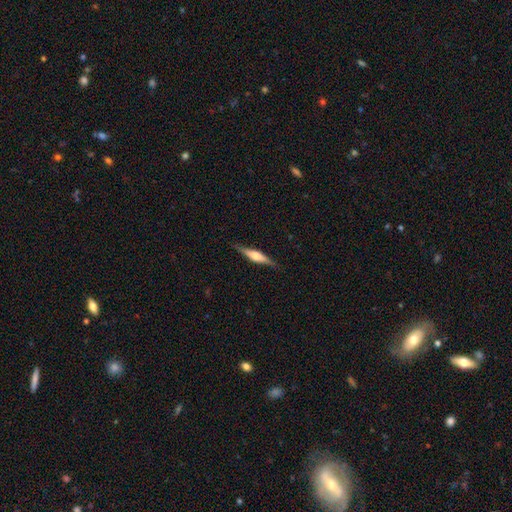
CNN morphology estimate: Q: Smooth or featured?
A: featured or disk (69%); runner-up: smooth (25%)
Q: Edge-on disk?
A: yes (97%); runner-up: no (3%)
Q: Edge-on bulge?
A: rounded (83%); runner-up: boxy (13%)
Q: Merging?
A: none (87%); runner-up: minor disturbance (10%)